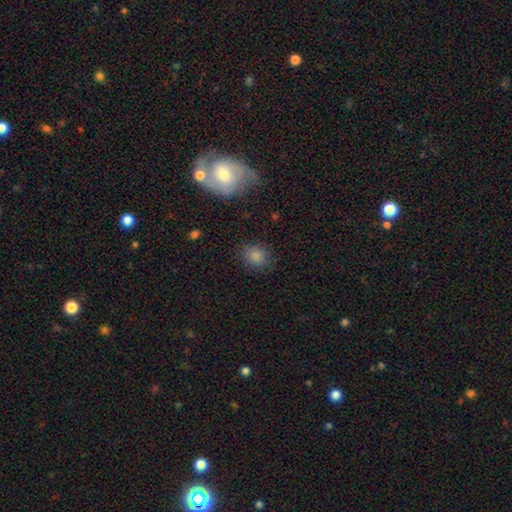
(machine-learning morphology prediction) Smooth or featured?
  - smooth: 83% *
  - star or artifact: 13%
  - featured or disk: 4%
How rounded?
  - round: 71% *
  - in between: 28%
  - cigar-shaped: 1%
Merging?
  - none: 85% *
  - minor disturbance: 10%
  - major disturbance: 3%
  - merger: 2%